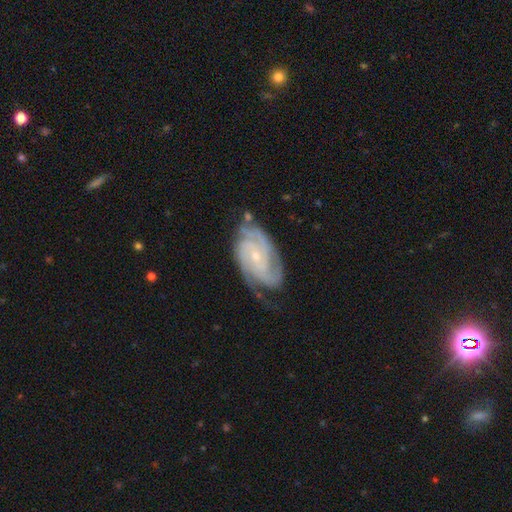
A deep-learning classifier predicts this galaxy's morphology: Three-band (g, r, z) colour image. It shows a featured or disk galaxy (90%) with no bar (62%), 3 (37%) tight (64%) spiral arms (98%) and a small central bulge (74%). Merging: none (70%).